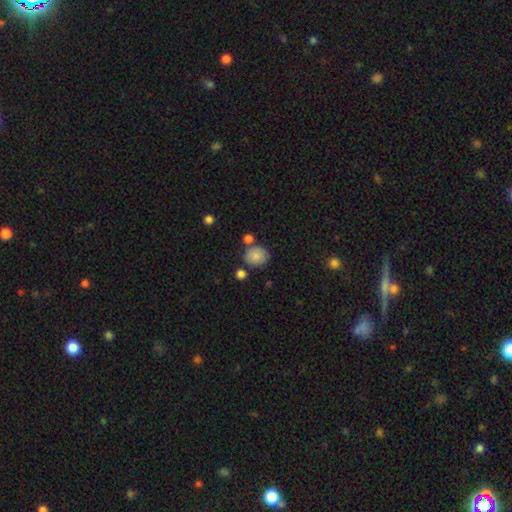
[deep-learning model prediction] Smooth or featured: smooth — 81% (star or artifact — 9%)
How rounded: round — 76% (in between — 23%)
Merging: none — 72% (minor disturbance — 13%)